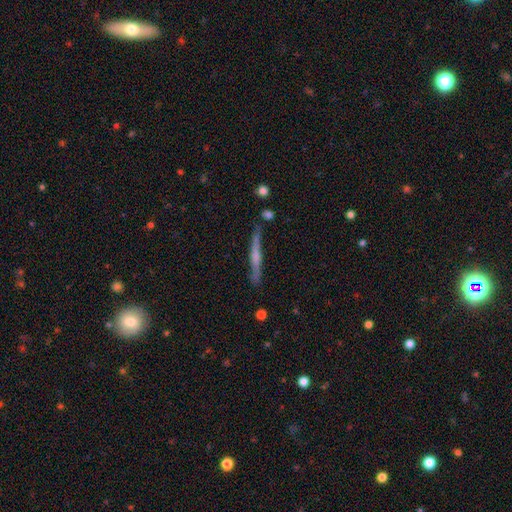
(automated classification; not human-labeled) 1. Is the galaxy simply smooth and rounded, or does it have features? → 64% featured or disk, 29% smooth, 7% star or artifact.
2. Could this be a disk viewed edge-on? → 96% yes, 4% no.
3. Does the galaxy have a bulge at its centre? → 46% rounded, 40% none, 14% boxy.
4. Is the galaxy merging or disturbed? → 83% none, 12% minor disturbance, 3% merger, 2% major disturbance.